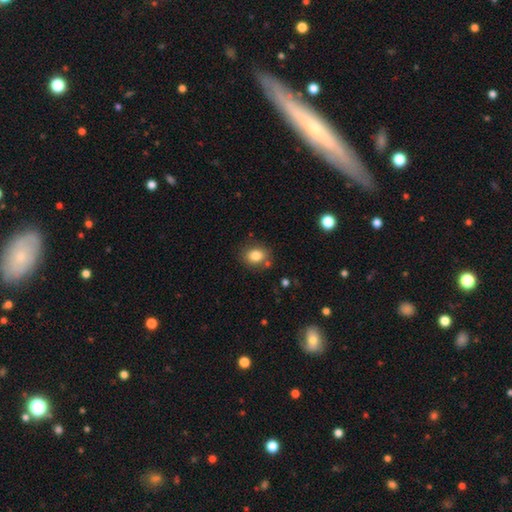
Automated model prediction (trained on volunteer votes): Smooth or featured: smooth — 82% (star or artifact — 10%)
How rounded: round — 52% (in between — 47%)
Merging: none — 78% (minor disturbance — 13%)